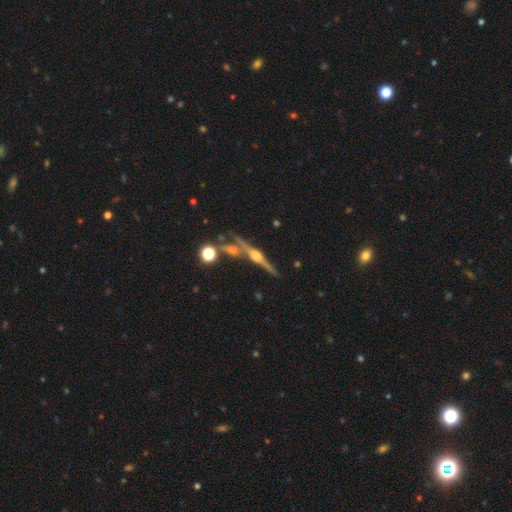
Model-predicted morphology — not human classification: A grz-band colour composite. It shows a featured or disk galaxy (82%) viewed edge-on (96%) with a rounded central bulge (88%). Merging: none (69%).